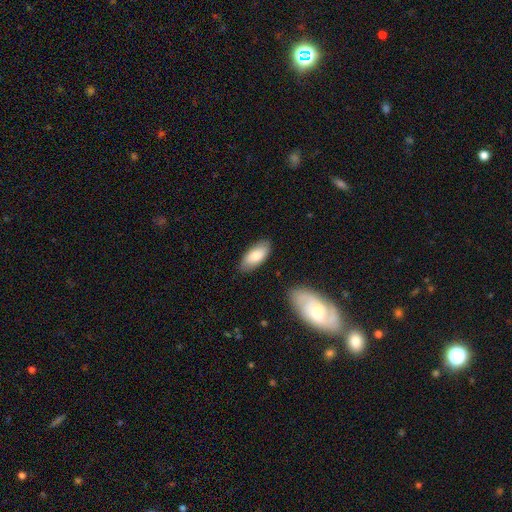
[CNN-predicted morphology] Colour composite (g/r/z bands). It shows a smooth galaxy with no disk features (79%) that is in between round and cigar-shaped (89%). Merging: none (84%).